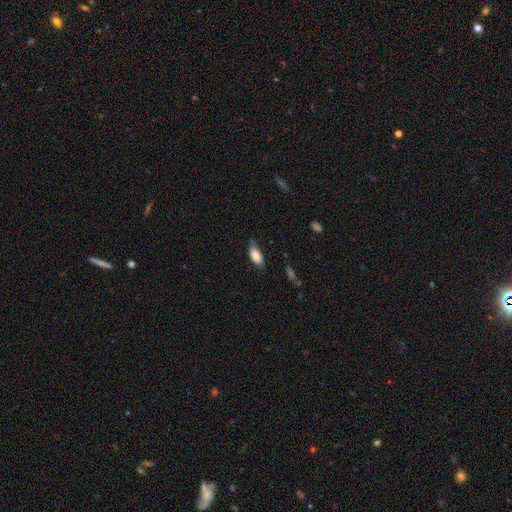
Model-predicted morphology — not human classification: Smooth or featured?
  - smooth: 81% *
  - featured or disk: 12%
  - star or artifact: 7%
How rounded?
  - in between: 88% *
  - cigar-shaped: 9%
  - round: 3%
Merging?
  - none: 63% *
  - minor disturbance: 29%
  - major disturbance: 7%
  - merger: 2%